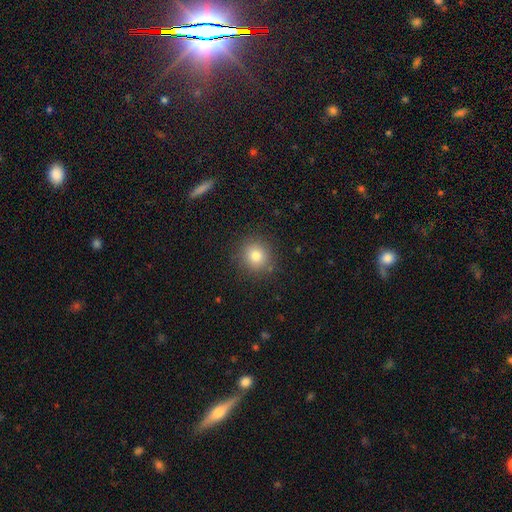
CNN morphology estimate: The model was most divided on "smooth or featured": smooth: 80%, star or artifact: 12%, featured or disk: 8%. More confident: how rounded — round (91%); merging — none (87%).